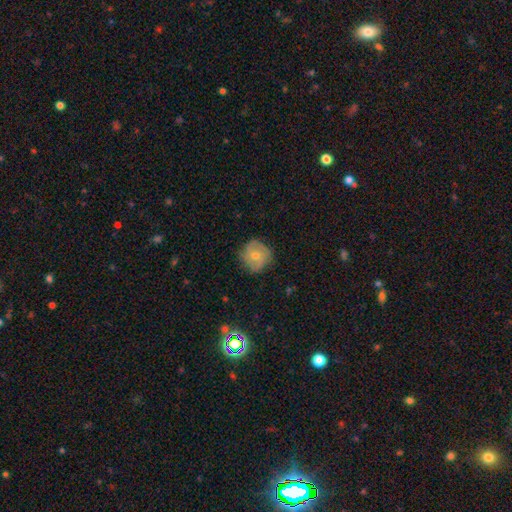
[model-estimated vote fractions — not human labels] Morphology: type=smooth (49%); merging=none (73%).